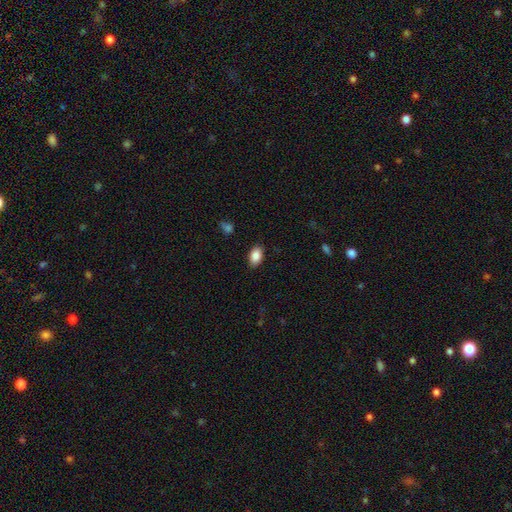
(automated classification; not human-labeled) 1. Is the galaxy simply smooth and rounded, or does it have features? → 87% smooth, 8% star or artifact, 5% featured or disk.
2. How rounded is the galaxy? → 91% in between, 7% round, 2% cigar-shaped.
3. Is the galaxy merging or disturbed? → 87% none, 10% minor disturbance, 2% major disturbance, 1% merger.